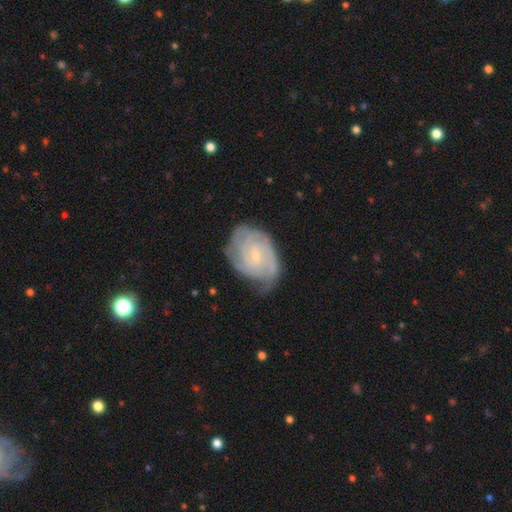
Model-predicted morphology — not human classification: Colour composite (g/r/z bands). It shows a featured or disk galaxy (84%) with no bar (53%), tight (67%) spiral arms (96%) and a small central bulge (78%). Merging: none (64%).